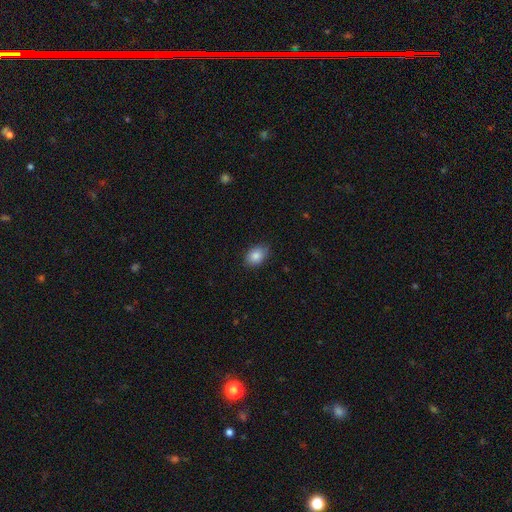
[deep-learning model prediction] Smooth or featured: smooth — 85% (star or artifact — 8%)
How rounded: in between — 80% (round — 19%)
Merging: none — 81% (minor disturbance — 15%)